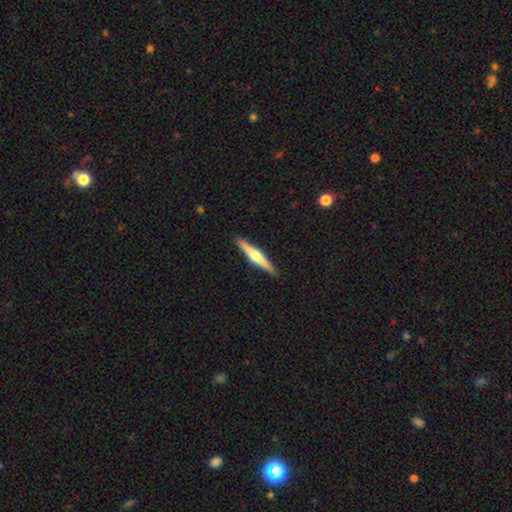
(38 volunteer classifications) Smooth or featured? featured or disk (74%)
Edge-on disk? yes (100%)
Edge-on bulge? rounded (86%)
Merging? none (97%)